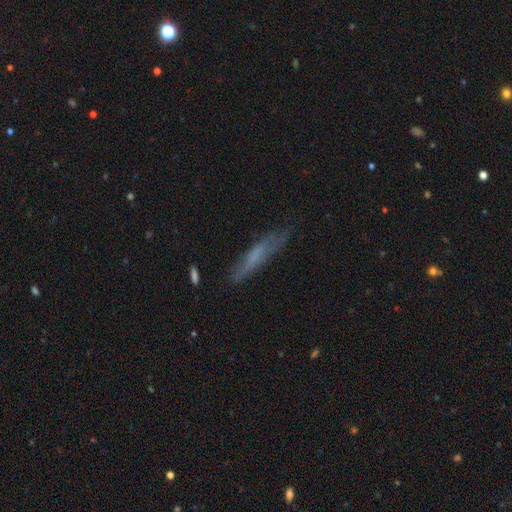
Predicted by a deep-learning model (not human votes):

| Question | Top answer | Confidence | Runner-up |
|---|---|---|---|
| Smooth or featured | smooth | 51% | featured or disk (40%) |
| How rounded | cigar-shaped | 85% | in between (13%) |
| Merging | none | 70% | minor disturbance (21%) |